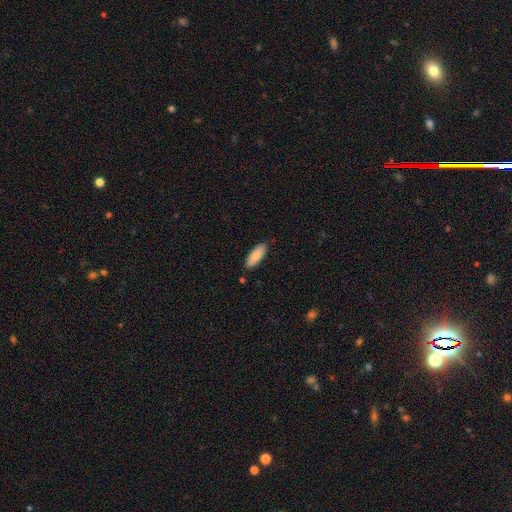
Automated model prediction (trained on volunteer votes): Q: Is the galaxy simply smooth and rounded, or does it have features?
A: smooth — 87%.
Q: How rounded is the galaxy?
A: in between — 70%.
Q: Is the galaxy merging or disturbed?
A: none — 87%.